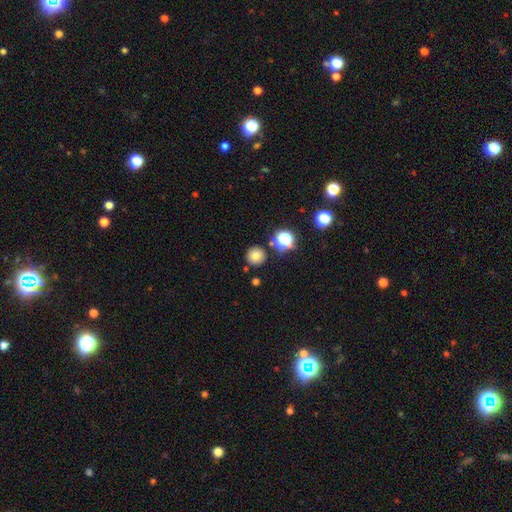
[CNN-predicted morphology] This is likely a smooth galaxy (74%). How rounded: clearly round (95%). Merging: clearly none (86%).